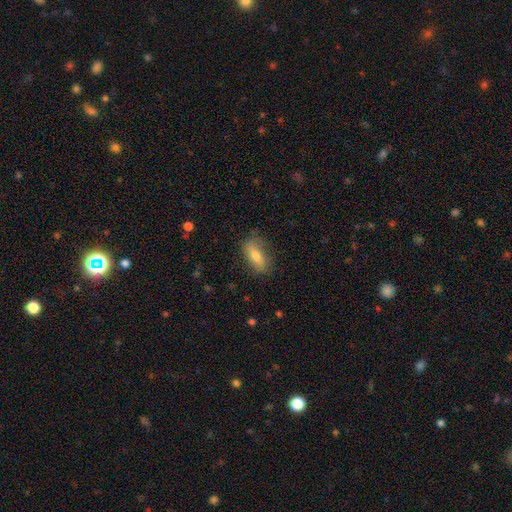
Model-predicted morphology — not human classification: A smooth galaxy with no disk features (71%) that is in between round and cigar-shaped (73%). Merging: none (78%).